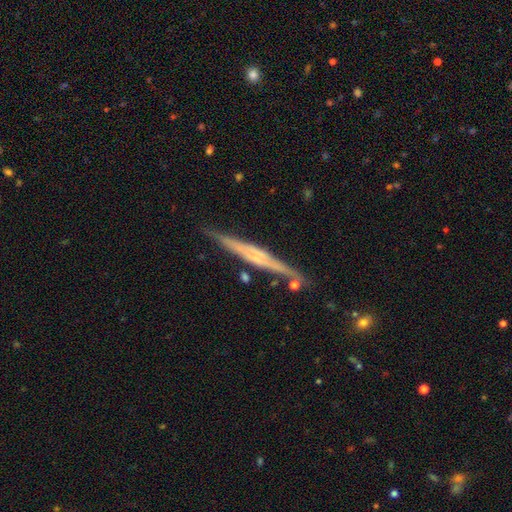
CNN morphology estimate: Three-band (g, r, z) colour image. It shows a featured or disk galaxy (71%) viewed edge-on (97%) with a rounded central bulge (37%). Merging: none (83%).